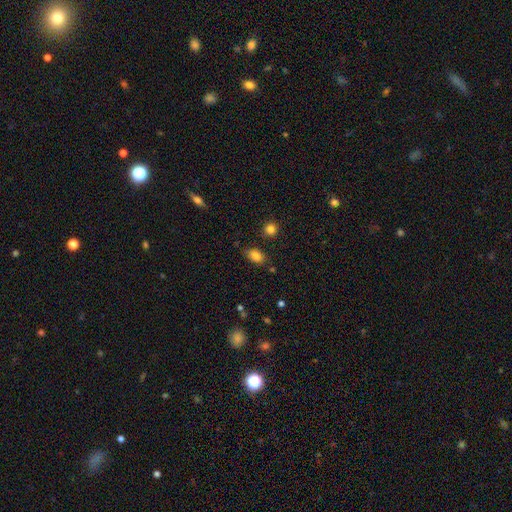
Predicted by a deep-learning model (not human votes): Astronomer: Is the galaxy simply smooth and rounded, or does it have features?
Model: smooth — 83%.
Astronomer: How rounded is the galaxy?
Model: in between — 86%.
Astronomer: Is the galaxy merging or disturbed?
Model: none — 80%.